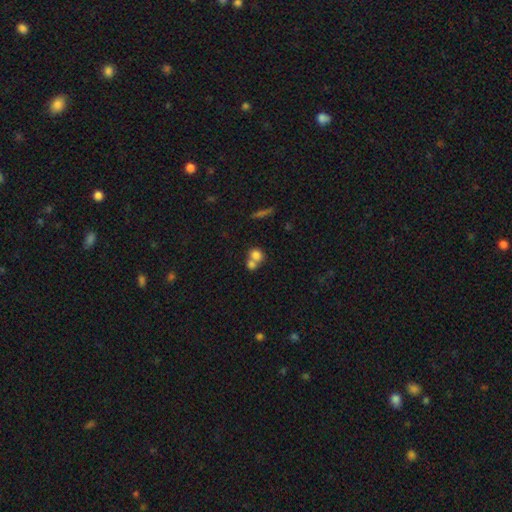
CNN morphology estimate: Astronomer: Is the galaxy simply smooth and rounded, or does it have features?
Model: smooth — 76%.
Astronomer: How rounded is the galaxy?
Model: round — 69%.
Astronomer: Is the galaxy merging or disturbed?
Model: merger — 57% (runner-up: none, 33%).